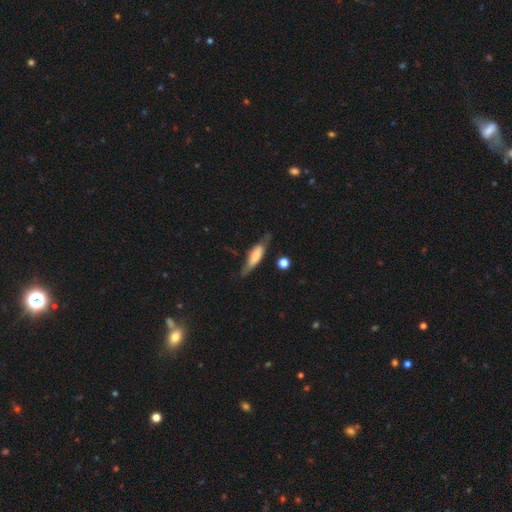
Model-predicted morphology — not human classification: Smooth or featured: smooth — 62% (featured or disk — 32%)
How rounded: cigar-shaped — 60% (in between — 38%)
Merging: none — 59% (minor disturbance — 27%)